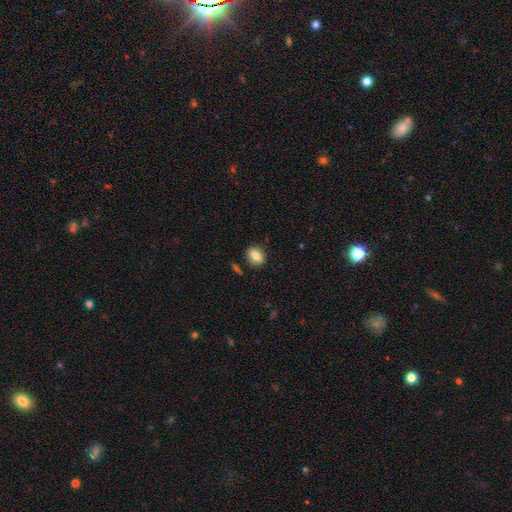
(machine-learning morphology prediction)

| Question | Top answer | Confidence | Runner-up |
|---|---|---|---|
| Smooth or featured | smooth | 77% | featured or disk (14%) |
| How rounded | in between | 54% | round (43%) |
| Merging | none | 85% | minor disturbance (10%) |